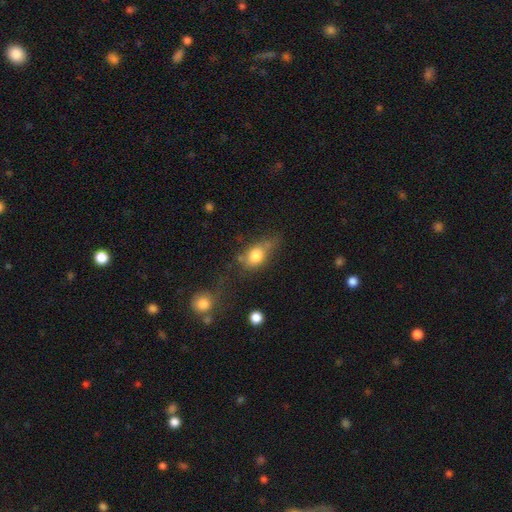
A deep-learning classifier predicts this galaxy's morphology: Q: Smooth or featured?
A: smooth (78%); runner-up: featured or disk (13%)
Q: How rounded?
A: in between (68%); runner-up: round (29%)
Q: Merging?
A: none (42%); runner-up: minor disturbance (31%)